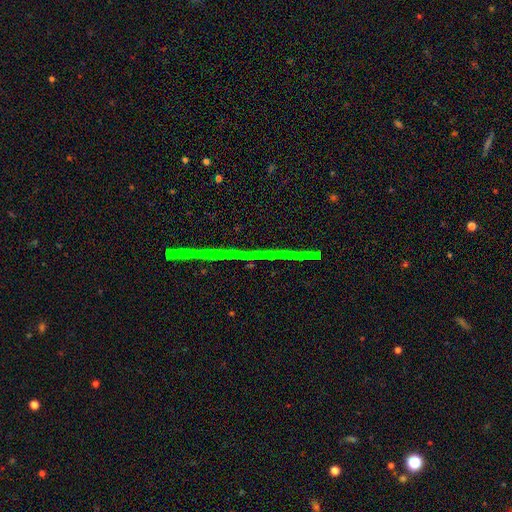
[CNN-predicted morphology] A star or artifact, not a galaxy (80%).